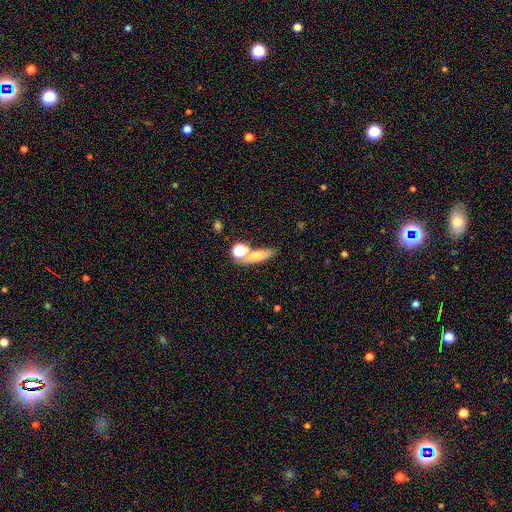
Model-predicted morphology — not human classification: Smooth or featured: smooth — 66% (featured or disk — 19%)
How rounded: cigar-shaped — 50% (in between — 34%)
Merging: none — 60% (merger — 22%)